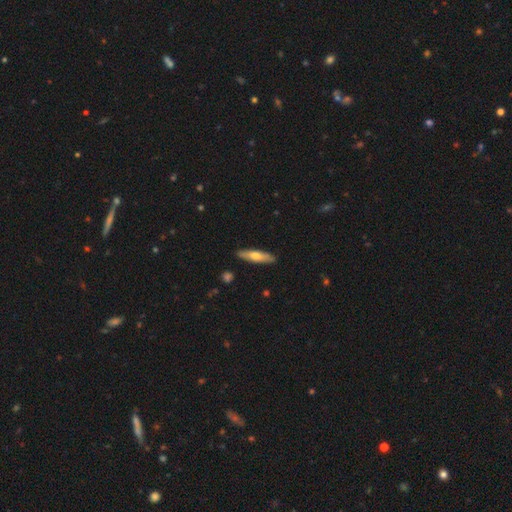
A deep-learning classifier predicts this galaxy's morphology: Overall: smooth (60%; featured or disk 35%). How rounded: cigar-shaped (75%). Merging: none (88%).